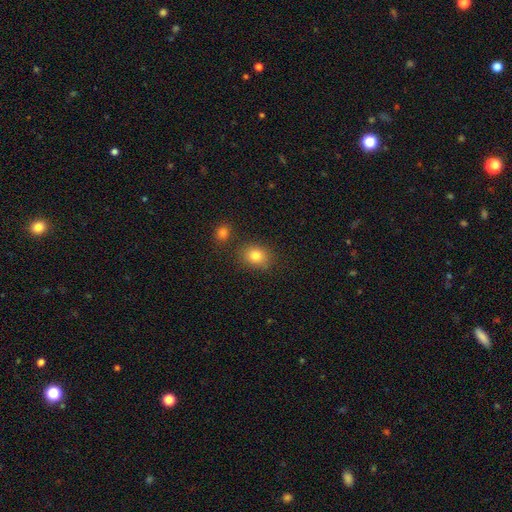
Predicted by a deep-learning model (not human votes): A smooth galaxy with no disk features (81%) that is round (56%).

Vote fractions:
- Smooth or featured? smooth: 81% / star or artifact: 11% / featured or disk: 8%
- How rounded? round: 56% / in between: 43% / cigar-shaped: 1%
- Merging? none: 79% / minor disturbance: 11% / merger: 6% / major disturbance: 3%